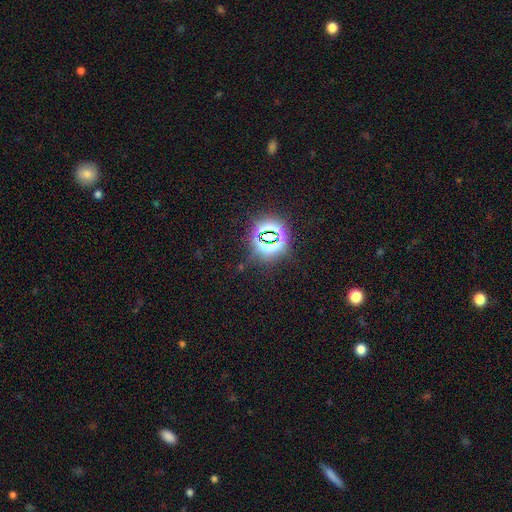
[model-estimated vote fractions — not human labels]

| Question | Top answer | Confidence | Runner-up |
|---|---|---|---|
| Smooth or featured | star or artifact | 80% | smooth (12%) |